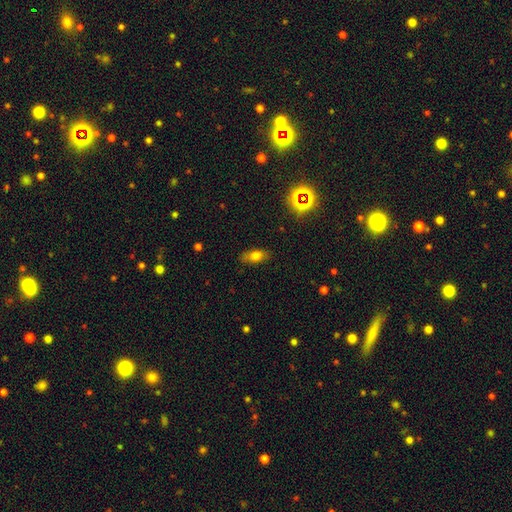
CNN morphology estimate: The model was most divided on "smooth or featured": smooth: 72%, featured or disk: 15%, star or artifact: 13%. More confident: merging — none (82%); how rounded — in between (82%).